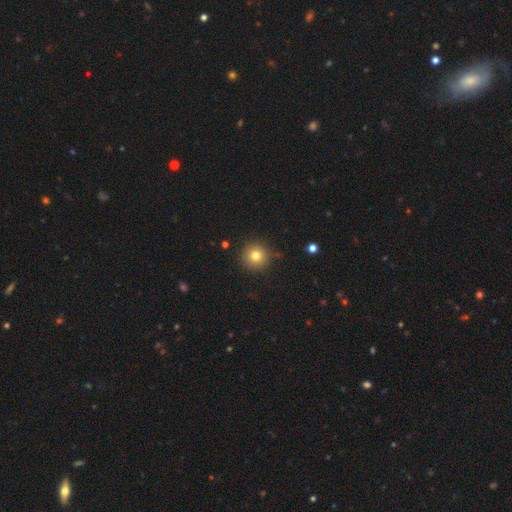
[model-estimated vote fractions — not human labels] Smooth or featured? Predicted: smooth (p=0.78). How rounded? Predicted: round (p=0.96). Merging? Predicted: none (p=0.89).